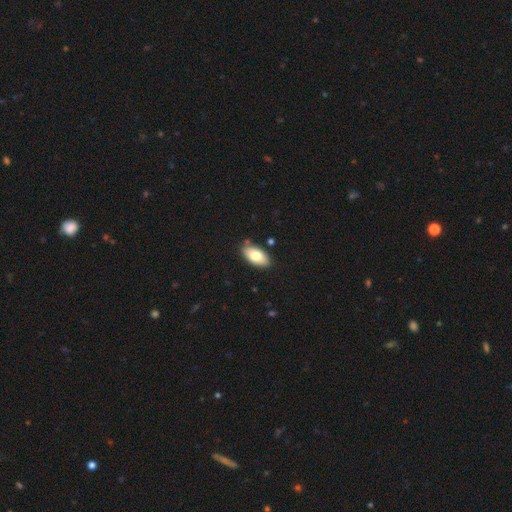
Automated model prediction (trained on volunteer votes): A smooth galaxy with no disk features (78%) that is in between round and cigar-shaped (93%).

Vote fractions:
- Smooth or featured? smooth: 78% / featured or disk: 15% / star or artifact: 6%
- How rounded? in between: 93% / cigar-shaped: 4% / round: 3%
- Merging? none: 84% / minor disturbance: 11% / merger: 3% / major disturbance: 2%